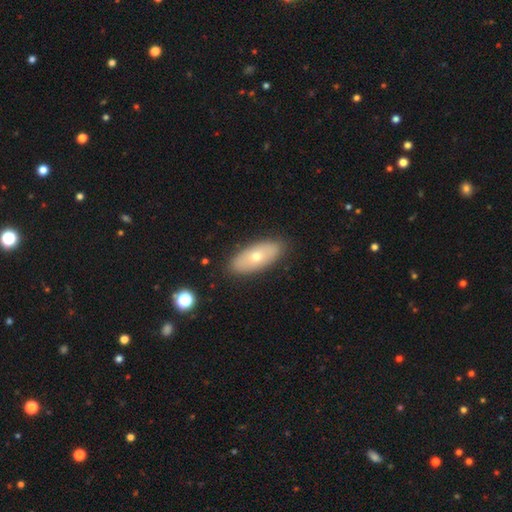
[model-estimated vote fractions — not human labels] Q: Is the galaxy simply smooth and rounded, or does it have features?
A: smooth — 53%.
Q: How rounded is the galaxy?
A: in between — 82%.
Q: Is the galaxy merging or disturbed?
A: none — 87%.